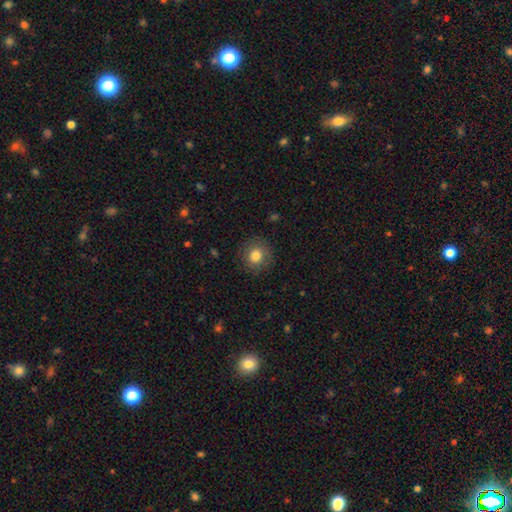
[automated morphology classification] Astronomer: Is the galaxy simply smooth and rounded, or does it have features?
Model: smooth — 80%.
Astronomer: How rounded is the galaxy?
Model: round — 87%.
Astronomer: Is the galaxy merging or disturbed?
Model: none — 86%.